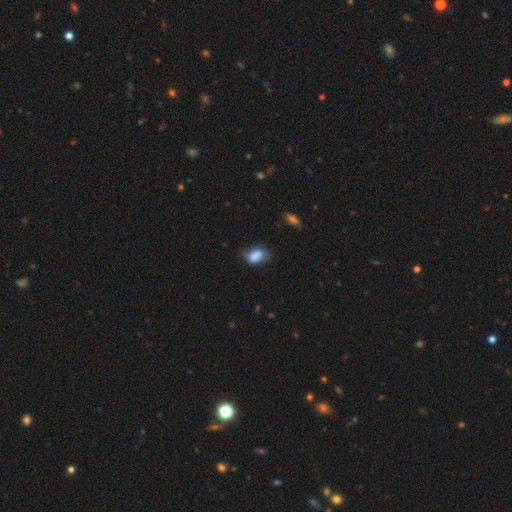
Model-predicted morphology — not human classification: This is clearly a smooth galaxy (82%). How rounded: clearly in between (85%). Merging: possibly none (56%).